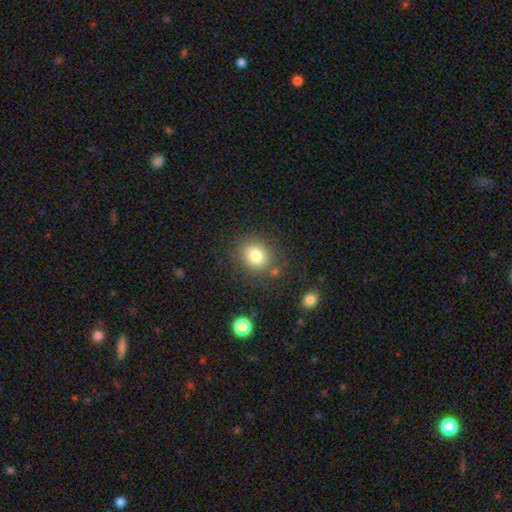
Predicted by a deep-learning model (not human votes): smooth-or-featured: smooth: 81% | star or artifact: 11% | featured or disk: 8%
  how-rounded: round: 71% | in between: 28% | cigar-shaped: 1%
  merging: none: 81% | minor disturbance: 11% | merger: 4% | major disturbance: 4%